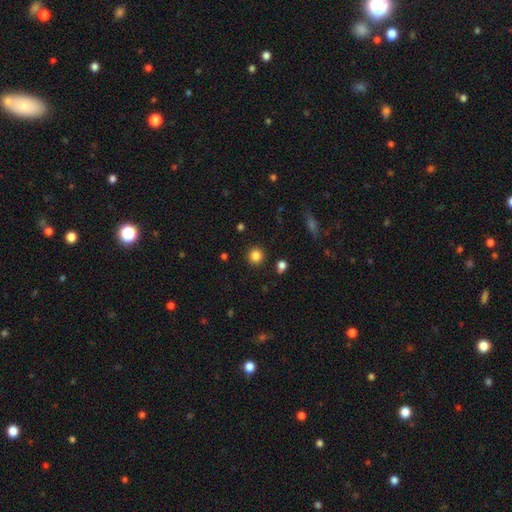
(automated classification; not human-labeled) Q: Smooth or featured?
A: smooth (84%); runner-up: star or artifact (12%)
Q: How rounded?
A: round (93%); runner-up: in between (6%)
Q: Merging?
A: none (91%); runner-up: minor disturbance (5%)